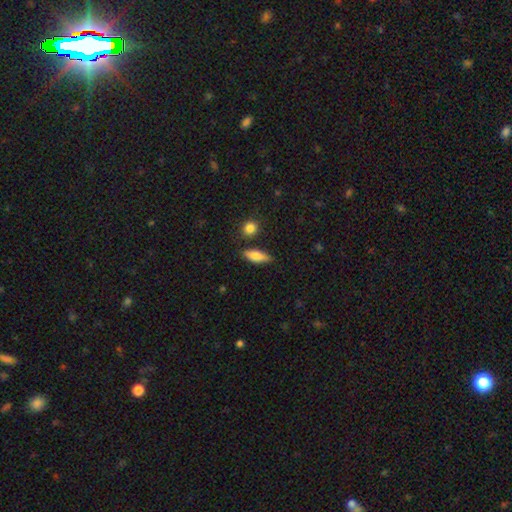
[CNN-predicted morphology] Smooth or featured?
  - smooth: 75% *
  - featured or disk: 18%
  - star or artifact: 7%
How rounded?
  - in between: 65% *
  - cigar-shaped: 31%
  - round: 4%
Merging?
  - none: 77% *
  - minor disturbance: 15%
  - merger: 5%
  - major disturbance: 3%